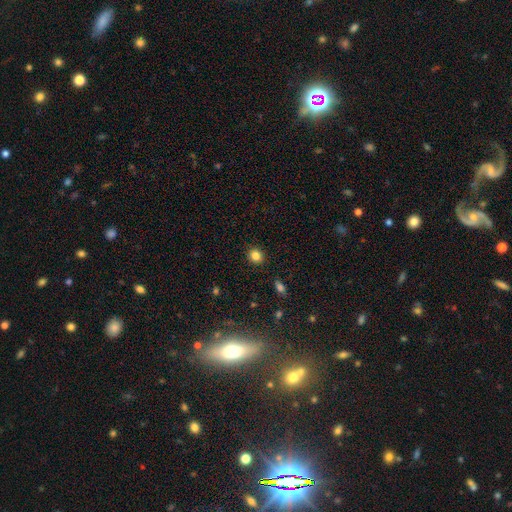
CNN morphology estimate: Q: Smooth or featured?
A: smooth (84%); runner-up: star or artifact (11%)
Q: How rounded?
A: round (78%); runner-up: in between (21%)
Q: Merging?
A: none (90%); runner-up: minor disturbance (7%)